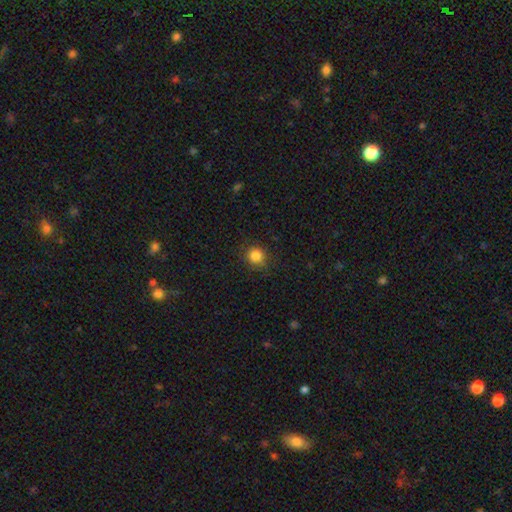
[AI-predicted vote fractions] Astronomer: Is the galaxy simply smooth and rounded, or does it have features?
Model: smooth — 83%.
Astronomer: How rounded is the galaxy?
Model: round — 89%.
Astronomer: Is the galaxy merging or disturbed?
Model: none — 85%.